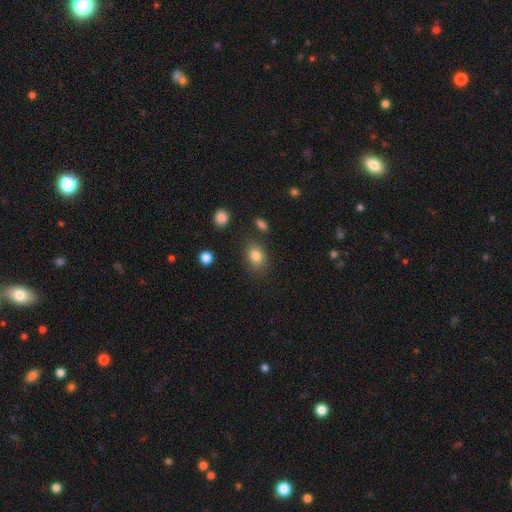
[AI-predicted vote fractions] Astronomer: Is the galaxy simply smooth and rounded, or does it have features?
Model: smooth — 81%.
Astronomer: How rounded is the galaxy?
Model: in between — 63%.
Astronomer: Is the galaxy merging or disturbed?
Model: none — 80%.